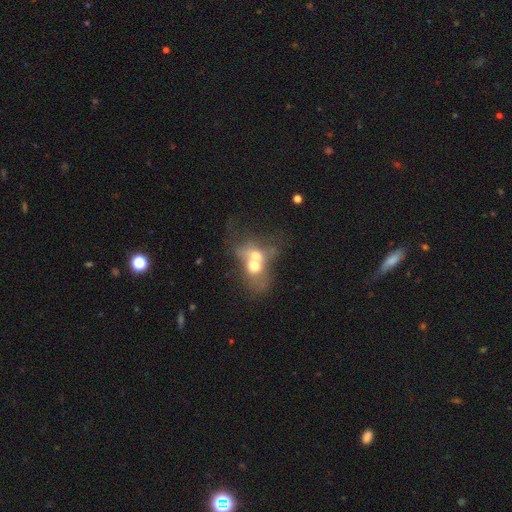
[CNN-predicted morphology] Smooth or featured: smooth — 51% (featured or disk — 37%)
How rounded: in between — 53% (round — 44%)
Merging: merger — 78% (none — 9%)